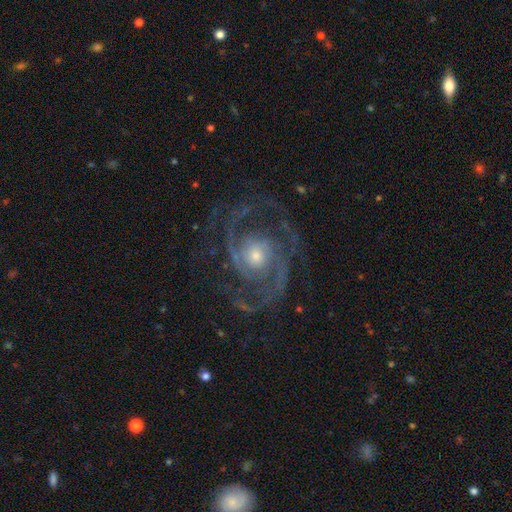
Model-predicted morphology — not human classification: smooth_or_featured: featured or disk (p=0.92) [alt: star or artifact p=0.04]
disk_edge_on: no (p=0.98) [alt: yes p=0.02]
bar: no (p=0.66) [alt: weak p=0.25]
has_spiral_arms: yes (p=0.98) [alt: no p=0.02]
spiral_winding: medium (p=0.52) [alt: tight p=0.36]
spiral_arm_count: 2 (p=0.59) [alt: 3 p=0.18]
bulge_size: moderate (p=0.46) [tied with: small p=0.46]
merging: none (p=0.72) [alt: minor disturbance p=0.14]